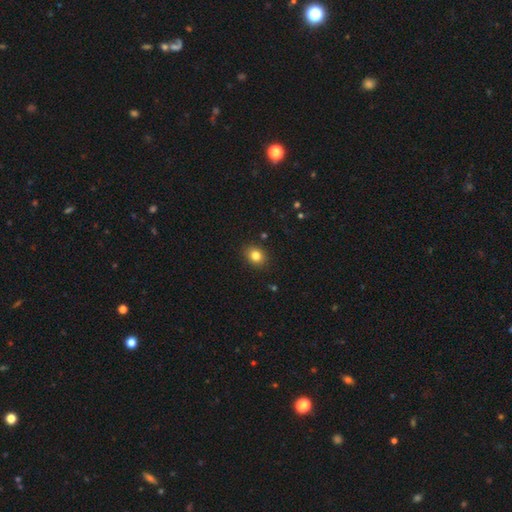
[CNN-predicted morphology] smooth-or-featured: smooth: 82% | star or artifact: 11% | featured or disk: 7%
  how-rounded: round: 57% | in between: 43% | cigar-shaped: 1%
  merging: none: 89% | minor disturbance: 8% | major disturbance: 2% | merger: 1%